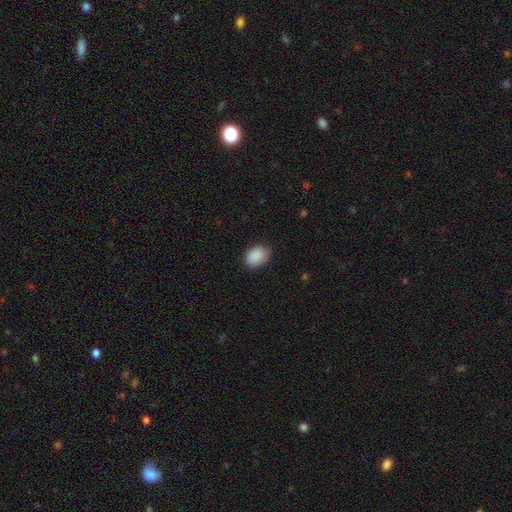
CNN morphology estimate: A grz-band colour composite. It shows a smooth galaxy with no disk features (89%) that is in between round and cigar-shaped (73%). Merging: none (82%).